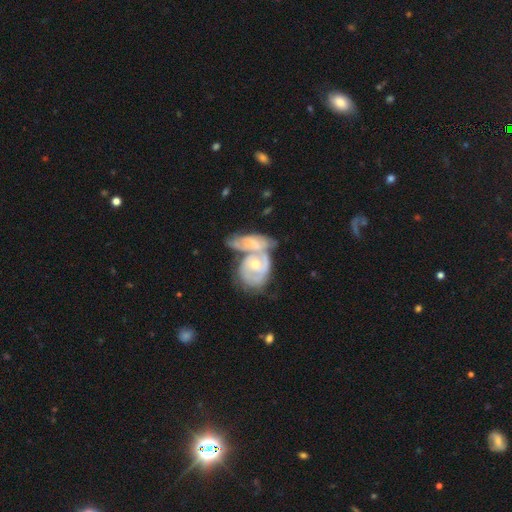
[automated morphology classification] This is likely a featured or disk galaxy (75%). It is clearly not viewed edge-on (94%). Bar: likely no (63%). Spiral arm pattern: likely yes (80%). Spiral arm count: marginally 2 (43%). Spiral winding: possibly tight (60%). Central bulge: possibly moderate (56%). Merging: likely merger (60%).